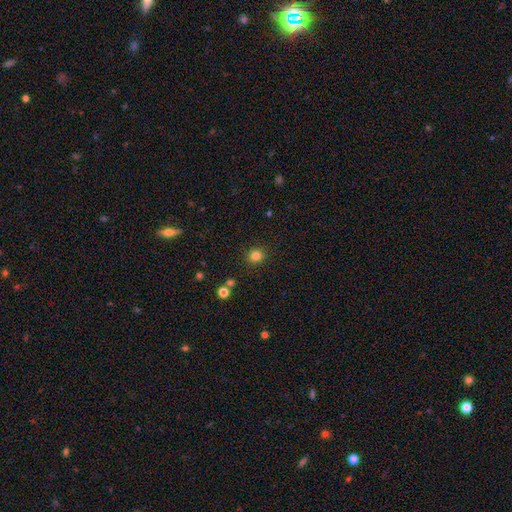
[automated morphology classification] This appears to be a smooth galaxy with no disk features (82%) that is round (88%). Merging: none (89%).